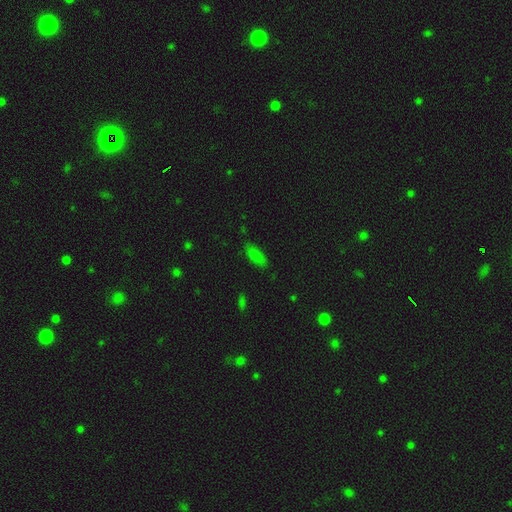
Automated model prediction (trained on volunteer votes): smooth 81%, star or artifact 12%, featured or disk 7%. Down the decision tree: how rounded — in between (79%); merging — none (81%).